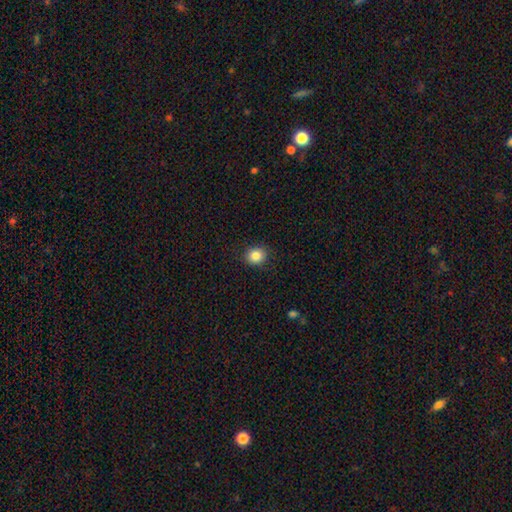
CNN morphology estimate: Q: Smooth or featured?
A: smooth (84%); runner-up: star or artifact (10%)
Q: How rounded?
A: round (77%); runner-up: in between (22%)
Q: Merging?
A: none (90%); runner-up: minor disturbance (7%)